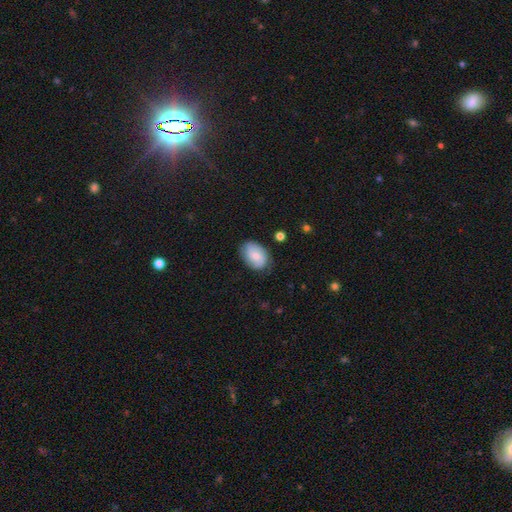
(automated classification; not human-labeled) Overall: smooth (64%; featured or disk 29%). How rounded: in between (81%). Merging: none (72%).